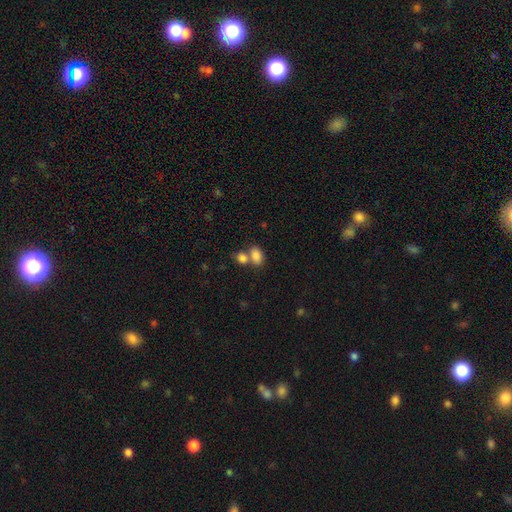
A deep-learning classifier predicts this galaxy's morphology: Q: Smooth or featured?
A: smooth (84%); runner-up: star or artifact (9%)
Q: How rounded?
A: in between (85%); runner-up: round (13%)
Q: Merging?
A: merger (46%); runner-up: none (41%)